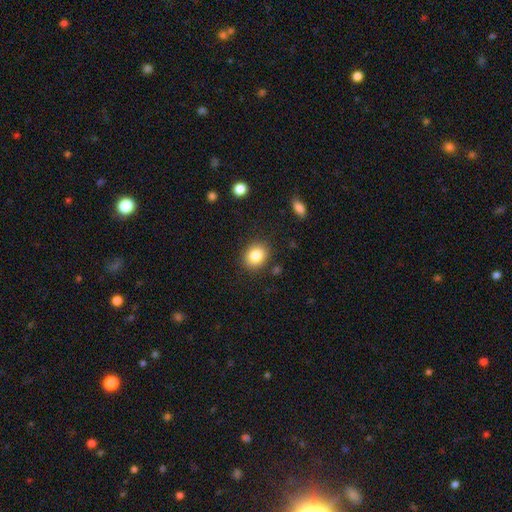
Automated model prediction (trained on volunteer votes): smooth_or_featured: smooth (p=0.83) [alt: star or artifact p=0.10]
how_rounded: round (p=0.60) [alt: in between p=0.39]
merging: none (p=0.87) [alt: minor disturbance p=0.09]